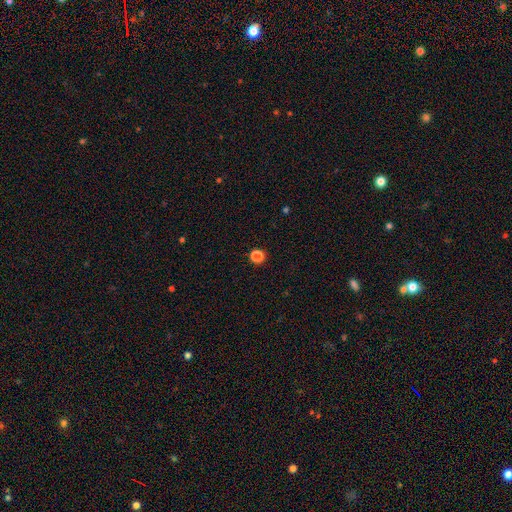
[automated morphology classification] This appears to be a smooth galaxy with no disk features (77%) that is round (88%). Merging: none (91%).